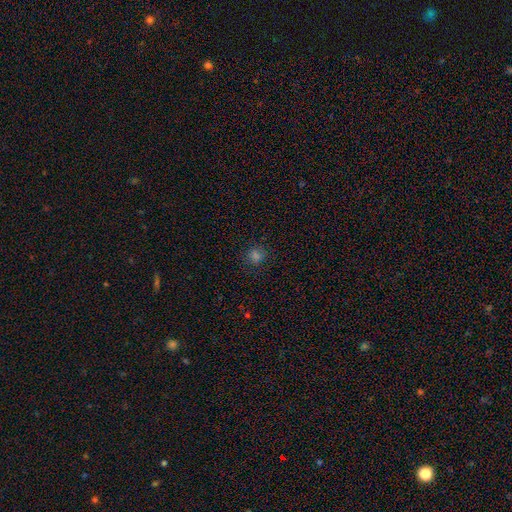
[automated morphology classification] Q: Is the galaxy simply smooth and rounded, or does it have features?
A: smooth — 72%.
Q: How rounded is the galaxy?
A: round — 85%.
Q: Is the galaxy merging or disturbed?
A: none — 87%.